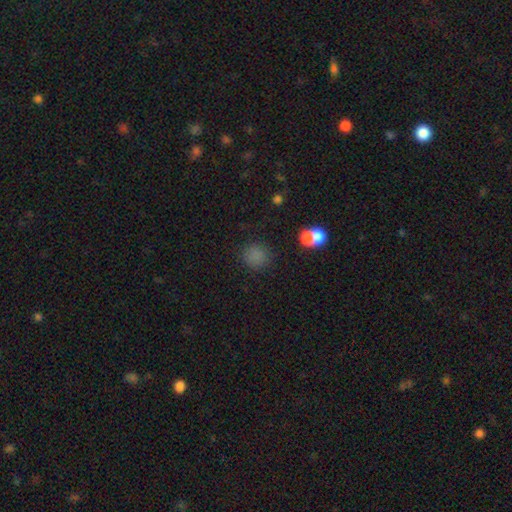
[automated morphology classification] smooth_or_featured: smooth (p=0.78) [alt: star or artifact p=0.16]
how_rounded: round (p=0.89) [alt: in between p=0.10]
merging: none (p=0.78) [alt: minor disturbance p=0.10]